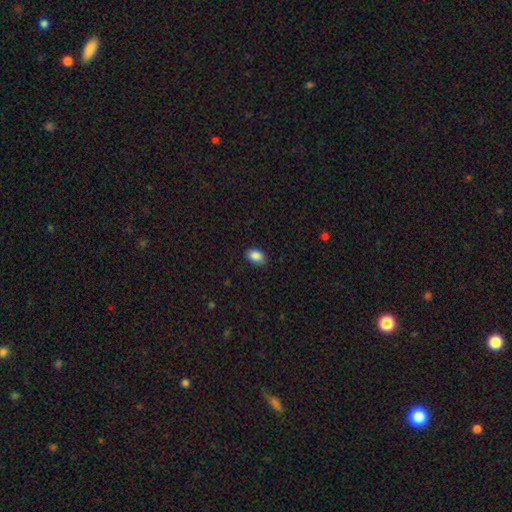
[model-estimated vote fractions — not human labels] Smooth or featured?
  - smooth: 88% *
  - star or artifact: 8%
  - featured or disk: 4%
How rounded?
  - in between: 90% *
  - round: 8%
  - cigar-shaped: 1%
Merging?
  - none: 87% *
  - minor disturbance: 10%
  - major disturbance: 2%
  - merger: 1%